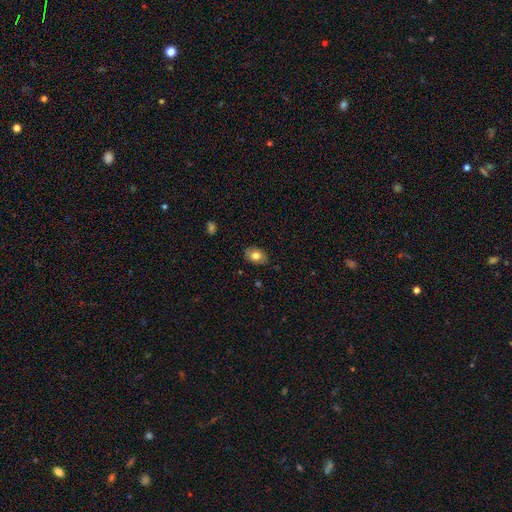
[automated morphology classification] Smooth or featured: smooth — 79% (featured or disk — 13%)
How rounded: in between — 84% (round — 15%)
Merging: none — 84% (minor disturbance — 13%)